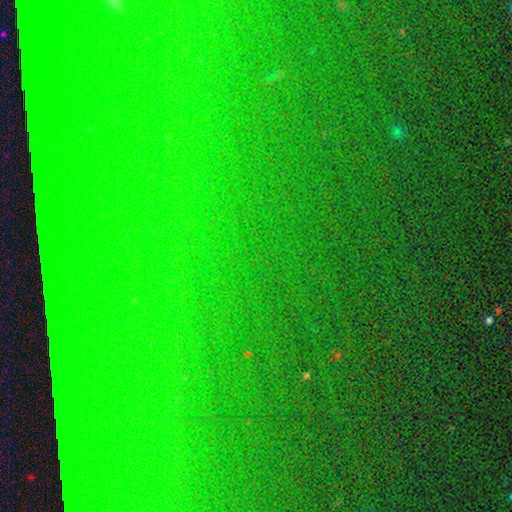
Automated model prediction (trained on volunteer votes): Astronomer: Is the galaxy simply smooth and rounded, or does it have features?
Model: star or artifact — 80%.